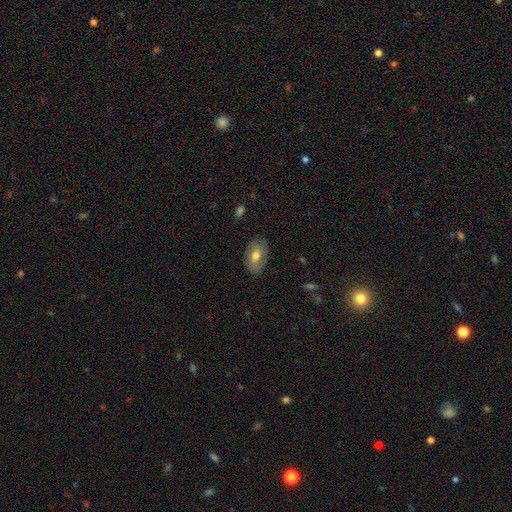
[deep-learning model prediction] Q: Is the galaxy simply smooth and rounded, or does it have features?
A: smooth — 66%.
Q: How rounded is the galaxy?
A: in between — 89%.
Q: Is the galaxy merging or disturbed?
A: none — 83%.